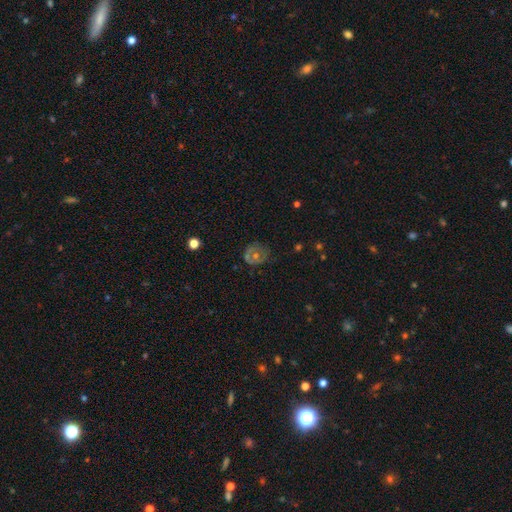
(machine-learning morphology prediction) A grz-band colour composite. It shows a featured or disk galaxy (44%). Merging: none (66%).